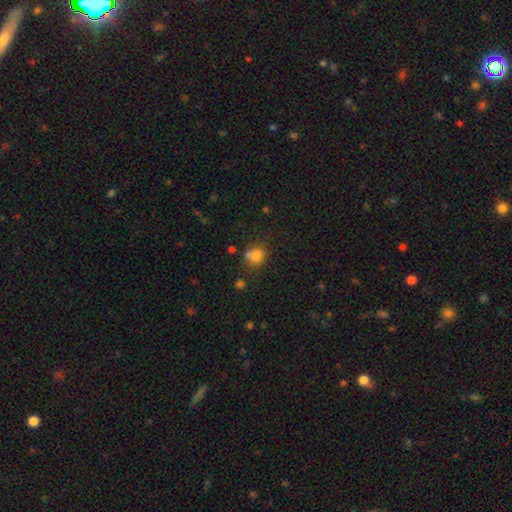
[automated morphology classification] This appears to be a smooth galaxy with no disk features (78%) that is round (76%). Merging: none (58%).